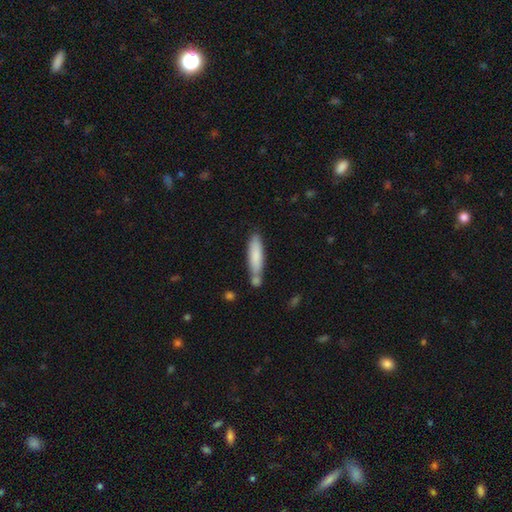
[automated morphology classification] Q: Smooth or featured?
A: smooth (80%); runner-up: featured or disk (14%)
Q: How rounded?
A: cigar-shaped (76%); runner-up: in between (23%)
Q: Merging?
A: none (61%); runner-up: merger (18%)